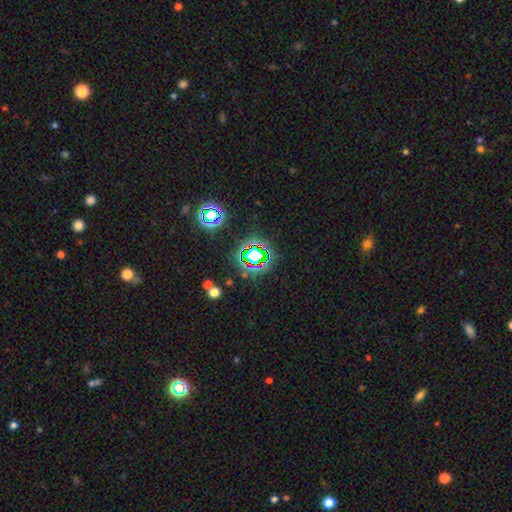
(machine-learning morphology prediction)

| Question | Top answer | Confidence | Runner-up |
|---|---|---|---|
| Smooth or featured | star or artifact | 70% | smooth (19%) |